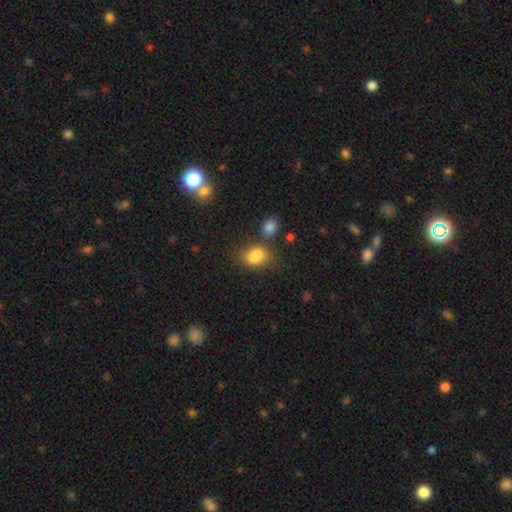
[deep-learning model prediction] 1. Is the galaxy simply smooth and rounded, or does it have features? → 80% smooth, 11% star or artifact, 8% featured or disk.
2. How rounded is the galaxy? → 70% in between, 28% round, 2% cigar-shaped.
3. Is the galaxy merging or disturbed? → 47% none, 27% merger, 18% minor disturbance, 8% major disturbance.